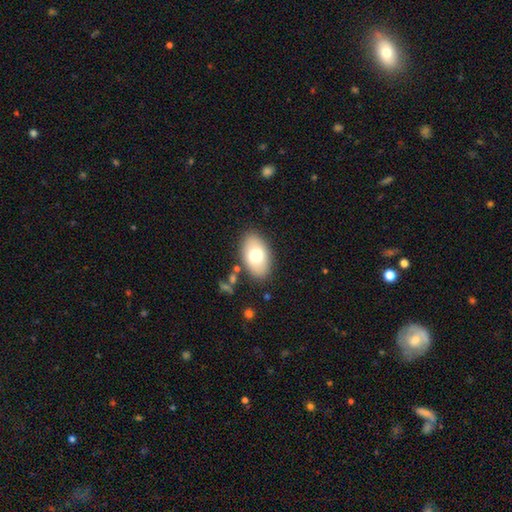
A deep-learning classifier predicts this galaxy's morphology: smooth 71%, featured or disk 22%, star or artifact 7%. Down the decision tree: how rounded — in between (91%); merging — none (84%).